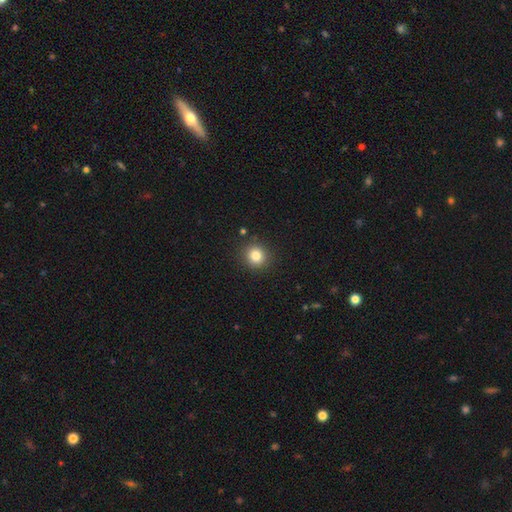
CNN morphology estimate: Smooth or featured? smooth (82%)
How rounded? round (89%)
Merging? none (89%)